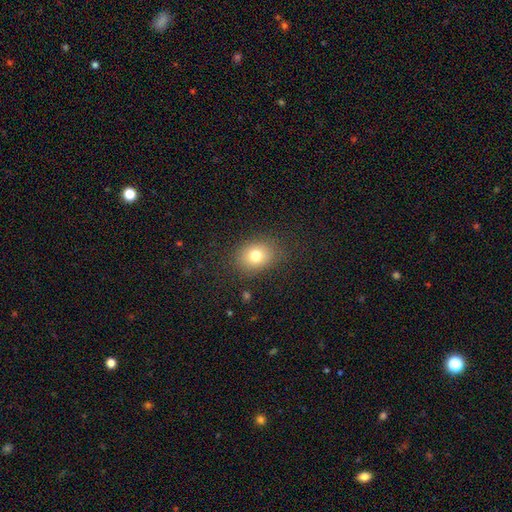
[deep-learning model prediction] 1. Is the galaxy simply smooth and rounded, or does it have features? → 76% smooth, 12% star or artifact, 12% featured or disk.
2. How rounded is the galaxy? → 52% in between, 47% round, 1% cigar-shaped.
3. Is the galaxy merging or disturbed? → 82% none, 12% minor disturbance, 5% major disturbance, 1% merger.